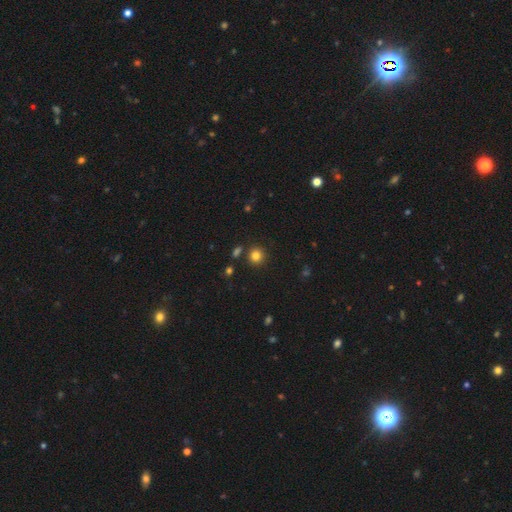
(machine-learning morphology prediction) Smooth or featured?
  - smooth: 82% *
  - star or artifact: 13%
  - featured or disk: 5%
How rounded?
  - round: 91% *
  - in between: 8%
  - cigar-shaped: 1%
Merging?
  - none: 86% *
  - minor disturbance: 7%
  - merger: 5%
  - major disturbance: 2%